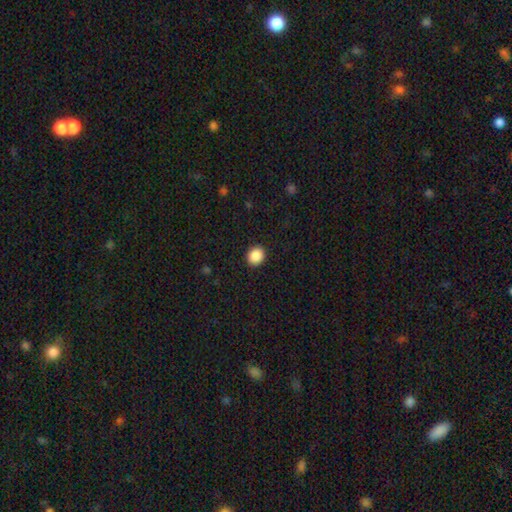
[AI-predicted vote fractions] smooth 88%, star or artifact 9%, featured or disk 3%. Down the decision tree: how rounded — round (77%); merging — none (91%).